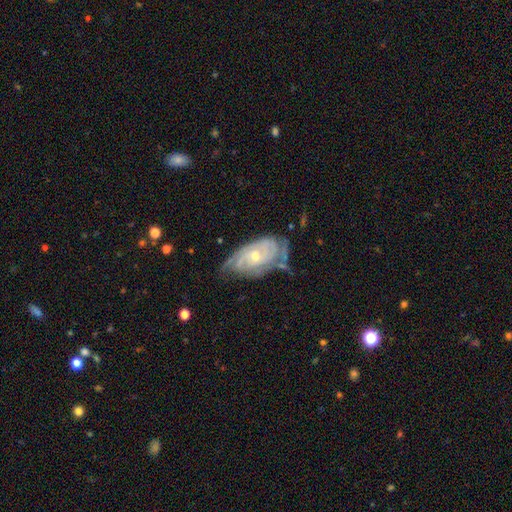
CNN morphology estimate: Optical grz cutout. It shows a featured or disk galaxy (87%) with no bar (64%), tight (72%) spiral arms (96%) and a moderate central bulge (50%). Merging: none (59%).